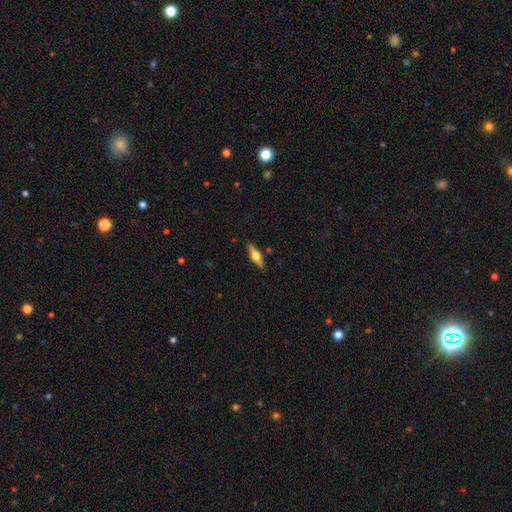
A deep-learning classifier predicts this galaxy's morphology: The model was most divided on "smooth or featured": featured or disk: 57%, smooth: 37%, star or artifact: 6%. More confident: edge-on disk — yes (95%); edge-on bulge — rounded (91%); merging — none (88%).